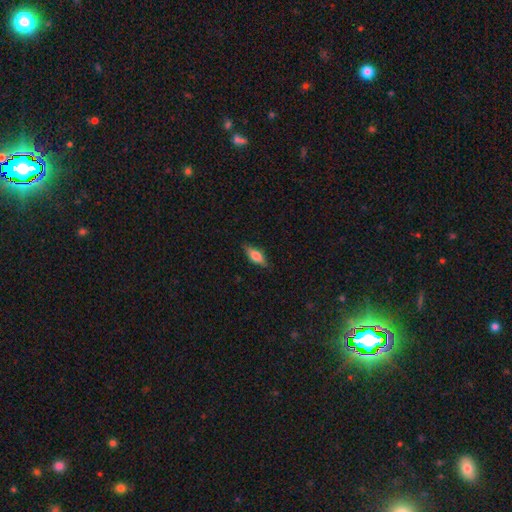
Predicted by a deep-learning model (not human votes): smooth_or_featured: smooth (p=0.70) [alt: featured or disk p=0.23]
how_rounded: in between (p=0.71) [alt: cigar-shaped p=0.26]
merging: none (p=0.81) [alt: minor disturbance p=0.15]